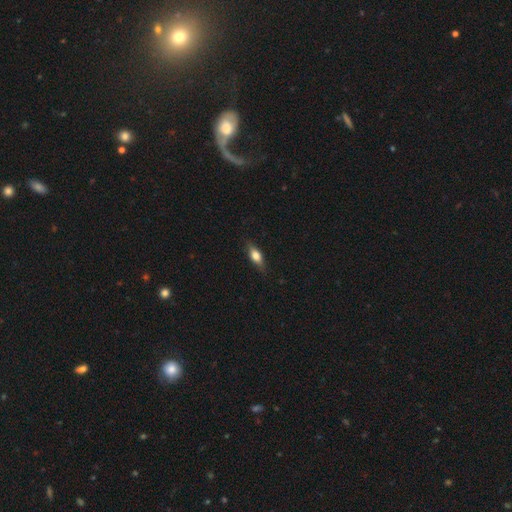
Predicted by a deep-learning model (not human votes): Smooth or featured? Predicted: smooth (p=0.64). How rounded? Predicted: in between (p=0.68). Merging? Predicted: none (p=0.82).